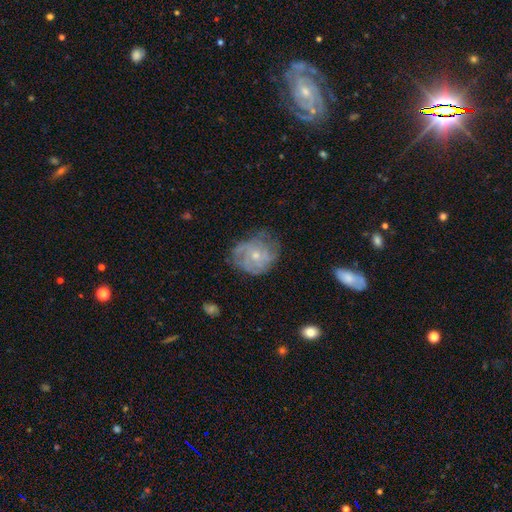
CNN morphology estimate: This is likely a featured or disk galaxy (64%). It is clearly not viewed edge-on (97%). Bar: clearly no (82%). Spiral arm pattern: likely yes (72%). Central bulge: possibly small (60%). Merging: possibly none (59%).